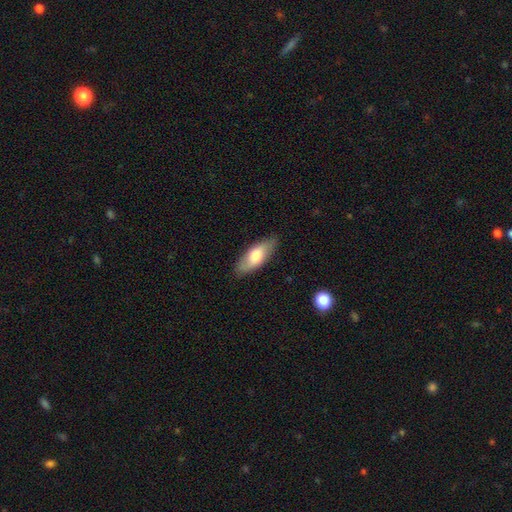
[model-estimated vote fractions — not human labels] Smooth or featured? Predicted: smooth (p=0.69). How rounded? Predicted: in between (p=0.74). Merging? Predicted: none (p=0.84).